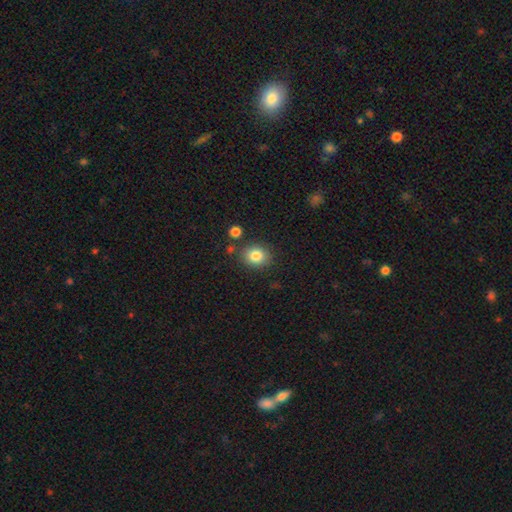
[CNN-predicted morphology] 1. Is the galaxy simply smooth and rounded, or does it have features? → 83% smooth, 10% star or artifact, 7% featured or disk.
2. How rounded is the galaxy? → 66% round, 33% in between, 1% cigar-shaped.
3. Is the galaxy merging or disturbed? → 81% none, 10% minor disturbance, 5% merger, 3% major disturbance.